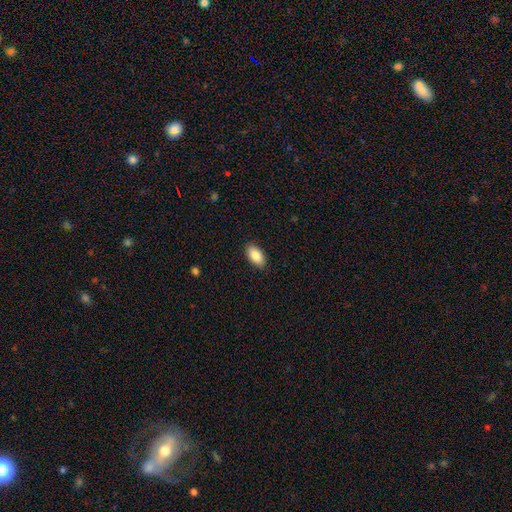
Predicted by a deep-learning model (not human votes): Morphology: type=smooth (86%); roundness=in between (94%); merging=none (89%).